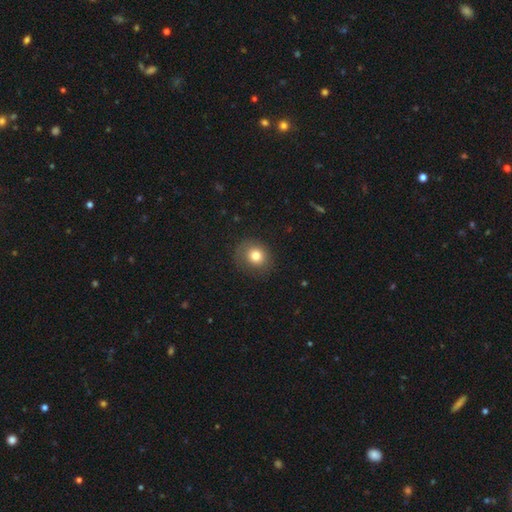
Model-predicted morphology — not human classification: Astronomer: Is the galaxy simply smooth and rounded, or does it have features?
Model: smooth — 77%.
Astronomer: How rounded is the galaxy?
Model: round — 76%.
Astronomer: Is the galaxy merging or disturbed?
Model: none — 80%.